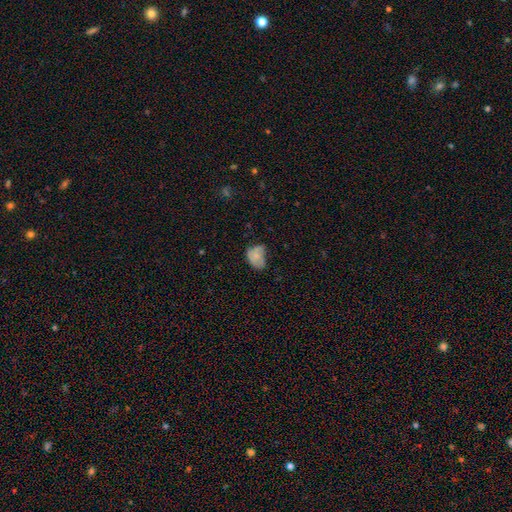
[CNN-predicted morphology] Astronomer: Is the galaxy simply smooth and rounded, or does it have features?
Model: smooth — 67%.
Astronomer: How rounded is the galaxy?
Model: in between — 73%.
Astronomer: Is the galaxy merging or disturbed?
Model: minor disturbance — 41% (runner-up: none, 32%).